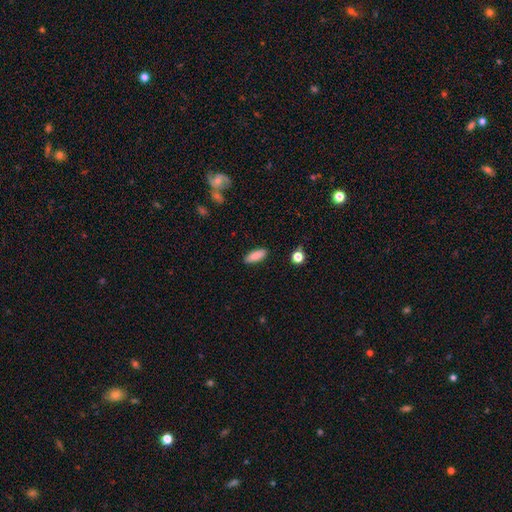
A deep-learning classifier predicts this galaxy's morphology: smooth-or-featured: smooth: 87% | star or artifact: 7% | featured or disk: 6%
  how-rounded: in between: 74% | cigar-shaped: 24% | round: 2%
  merging: none: 88% | minor disturbance: 9% | major disturbance: 2% | merger: 1%